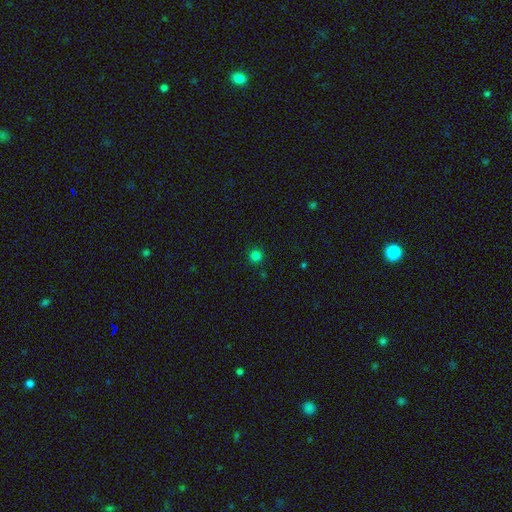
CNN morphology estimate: Smooth or featured?
  - smooth: 80% *
  - star or artifact: 17%
  - featured or disk: 3%
How rounded?
  - round: 95% *
  - in between: 4%
  - cigar-shaped: 1%
Merging?
  - none: 91% *
  - minor disturbance: 5%
  - major disturbance: 2%
  - merger: 2%